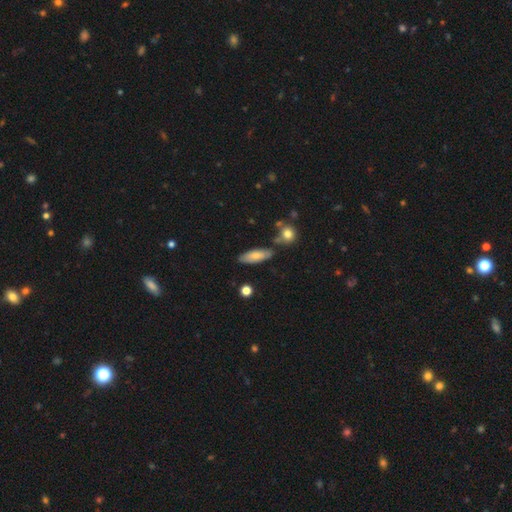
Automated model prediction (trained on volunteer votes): A smooth galaxy with no disk features (75%) that is in between round and cigar-shaped (64%).

Vote fractions:
- Smooth or featured? smooth: 75% / featured or disk: 19% / star or artifact: 6%
- How rounded? in between: 64% / cigar-shaped: 34% / round: 2%
- Merging? none: 74% / minor disturbance: 16% / merger: 6% / major disturbance: 3%